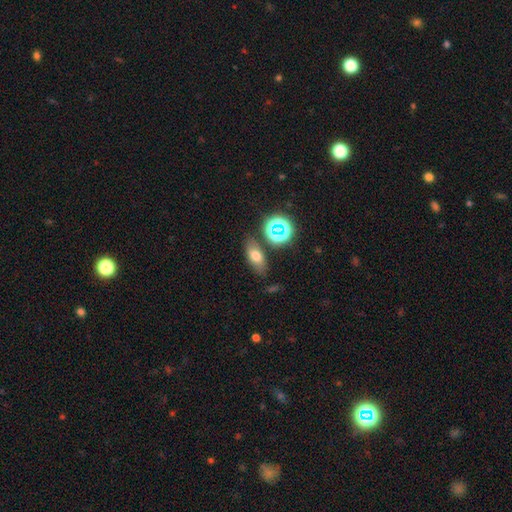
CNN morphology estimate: A smooth galaxy with no disk features (66%) that is in between round and cigar-shaped (77%). Merging: none (77%).